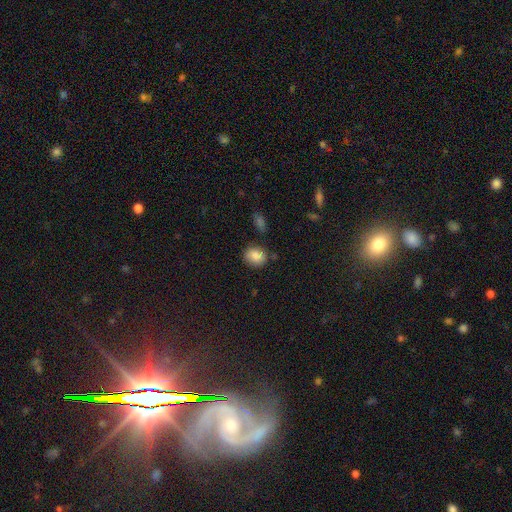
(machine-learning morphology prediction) This appears to be a smooth galaxy with no disk features (85%) that is round (66%). Merging: none (79%).